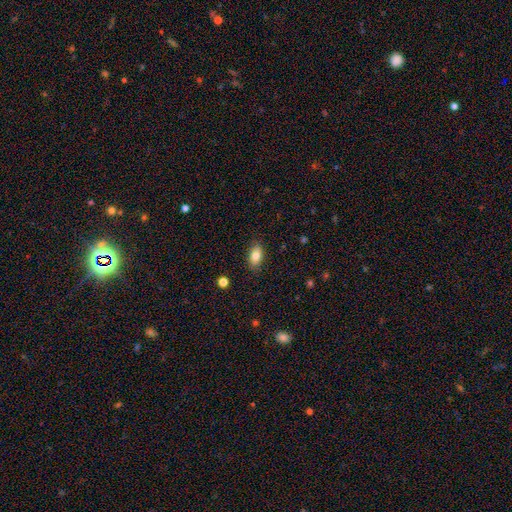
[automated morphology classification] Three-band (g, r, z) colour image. It shows a smooth galaxy with no disk features (81%) that is in between round and cigar-shaped (89%). Merging: none (86%).